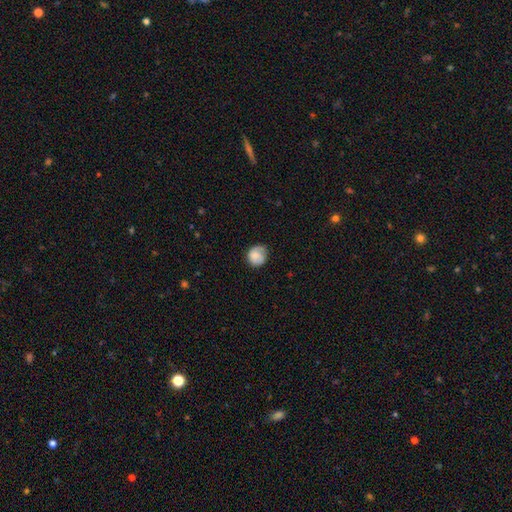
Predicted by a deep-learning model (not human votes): Overall: smooth (70%). How rounded: round (78%). Merging: none (59%; minor disturbance 30%).